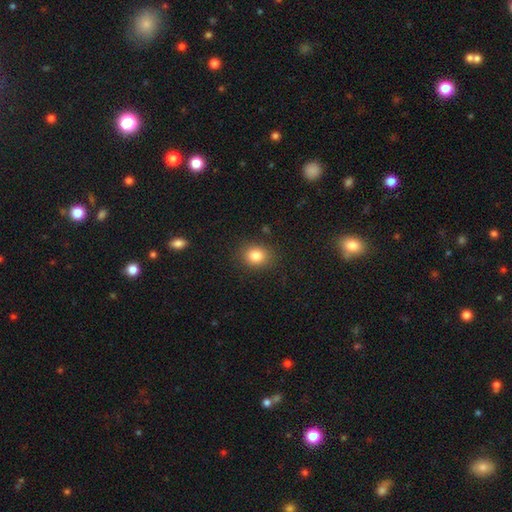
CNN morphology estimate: smooth_or_featured: smooth (p=0.83) [alt: star or artifact p=0.11]
how_rounded: round (p=0.62) [alt: in between p=0.37]
merging: none (p=0.87) [alt: minor disturbance p=0.09]